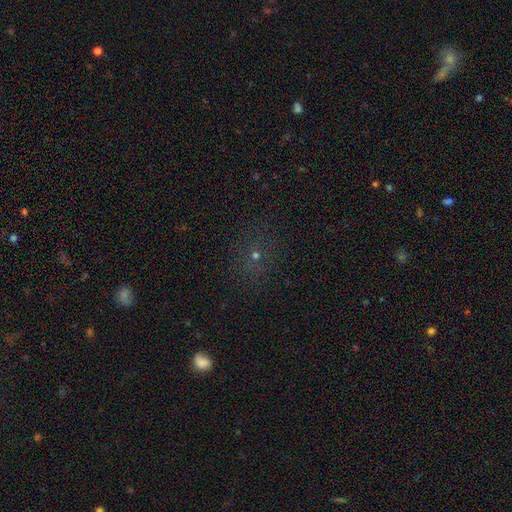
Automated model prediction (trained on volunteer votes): Smooth or featured?
  - star or artifact: 43% *
  - smooth: 42%
  - featured or disk: 15%